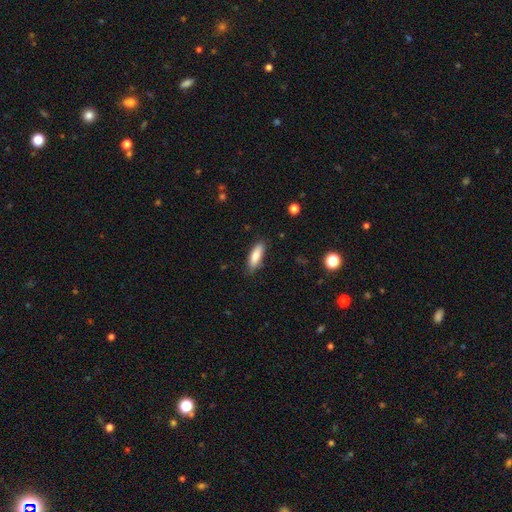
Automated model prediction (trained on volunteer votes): A smooth galaxy with no disk features (83%) that is in between round and cigar-shaped (54%). Merging: none (82%).